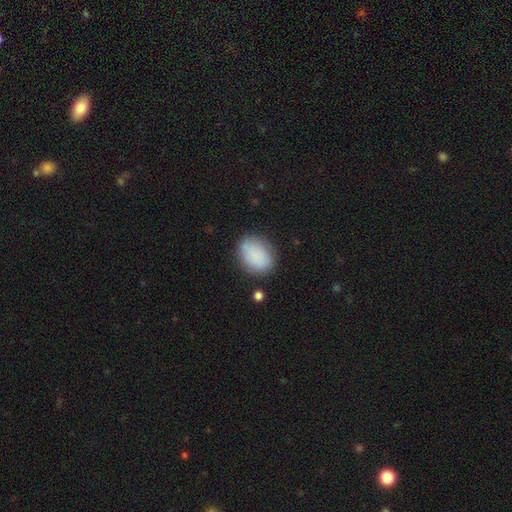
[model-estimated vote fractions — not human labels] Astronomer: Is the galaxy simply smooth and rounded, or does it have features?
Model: smooth — 85%.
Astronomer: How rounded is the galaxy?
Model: in between — 65%.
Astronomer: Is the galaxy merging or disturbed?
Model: none — 75%.